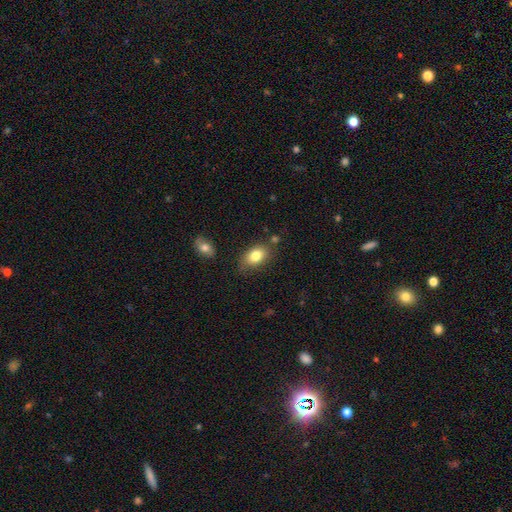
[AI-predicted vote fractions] Overall: smooth (81%). How rounded: in between (86%). Merging: none (75%).